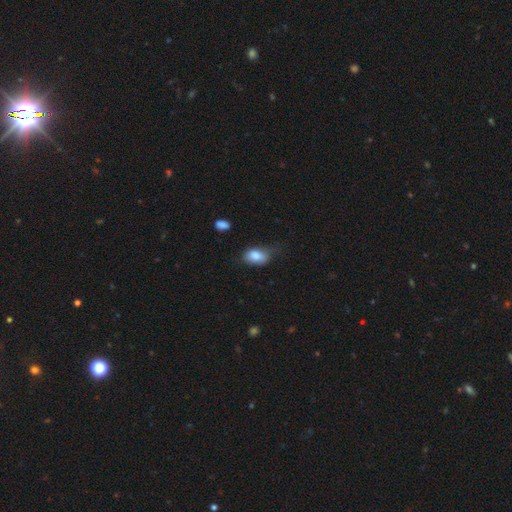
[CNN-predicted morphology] Smooth or featured? Predicted: smooth (p=0.83). How rounded? Predicted: in between (p=0.86). Merging? Predicted: none (p=0.50).